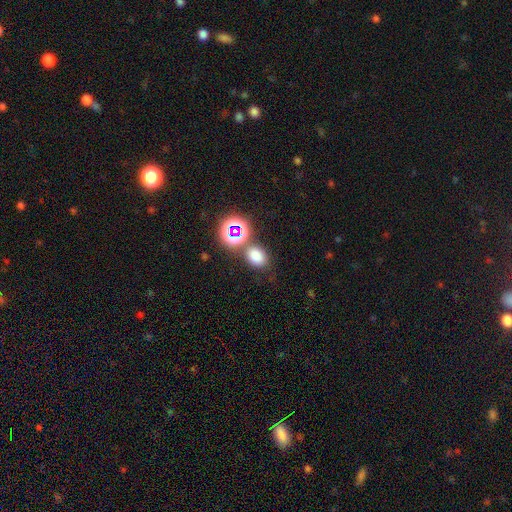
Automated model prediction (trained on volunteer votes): This is likely a smooth galaxy (71%). How rounded: possibly in between (56%). Merging: likely none (70%).